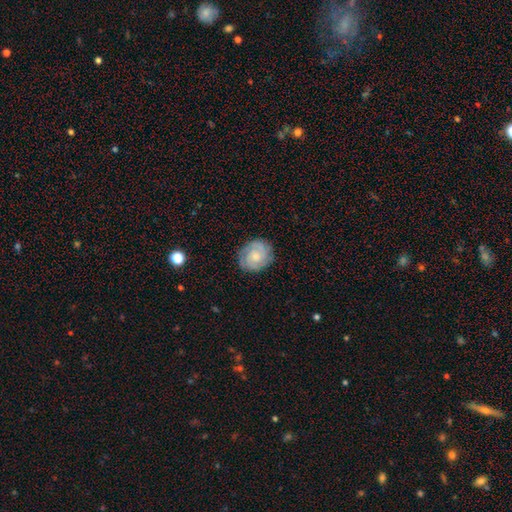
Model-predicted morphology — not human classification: Smooth or featured? Predicted: featured or disk (p=0.69). Edge-on disk? Predicted: no (p=0.98). Bar? Predicted: no (p=0.72). Spiral arms? Predicted: yes (p=0.93). Spiral winding? Predicted: tight (p=0.69). Spiral arm count? Predicted: 2 (p=0.45). Bulge size? Predicted: small (p=0.42). Merging? Predicted: none (p=0.82).